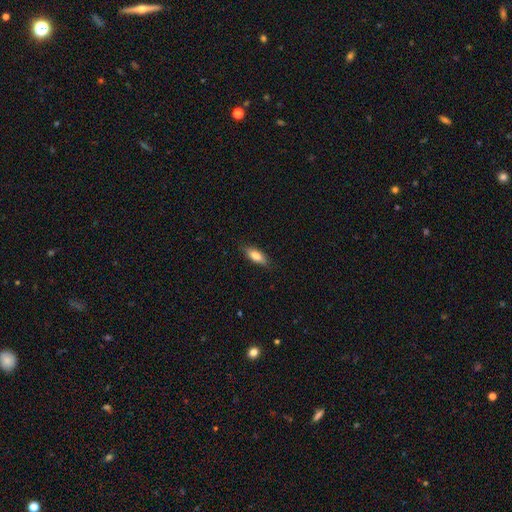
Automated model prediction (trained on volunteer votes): This is likely a smooth galaxy (76%). How rounded: likely in between (68%). Merging: clearly none (84%).